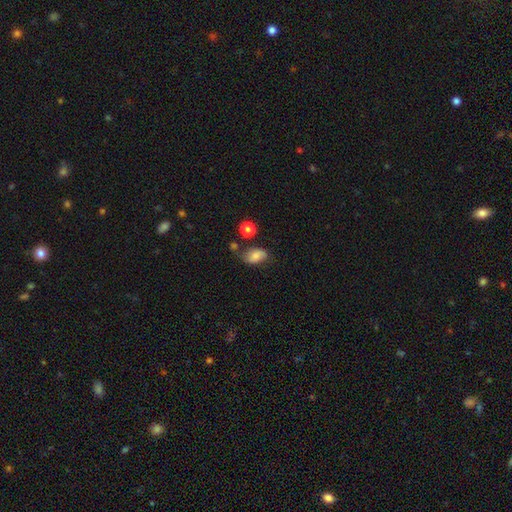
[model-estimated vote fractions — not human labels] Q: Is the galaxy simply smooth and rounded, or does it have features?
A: smooth — 75%.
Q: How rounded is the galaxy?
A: in between — 86%.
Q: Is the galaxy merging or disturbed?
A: none — 60%.